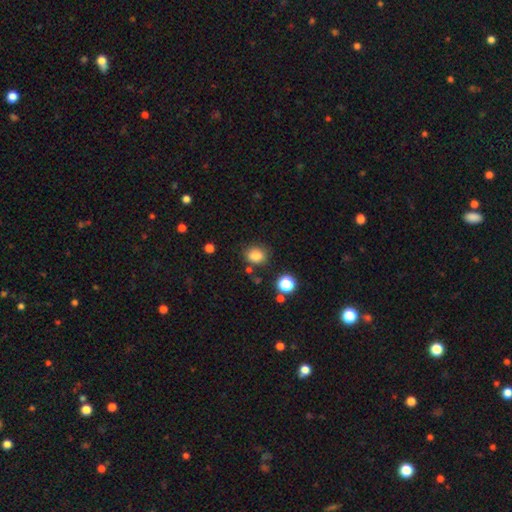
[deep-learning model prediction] Smooth or featured: smooth — 83% (star or artifact — 12%)
How rounded: round — 59% (in between — 40%)
Merging: none — 78% (minor disturbance — 13%)